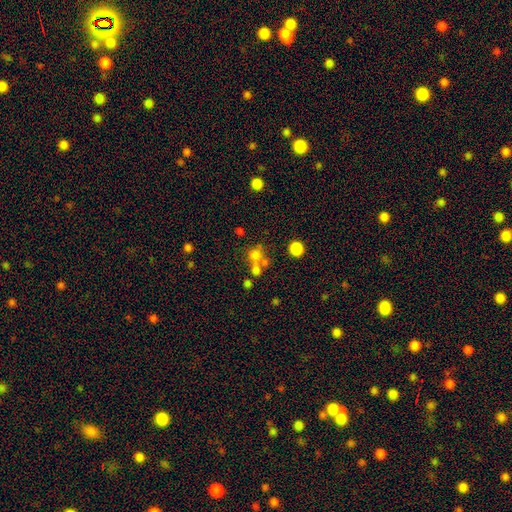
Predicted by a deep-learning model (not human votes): Q: Smooth or featured?
A: smooth (65%); runner-up: star or artifact (20%)
Q: How rounded?
A: round (81%); runner-up: in between (18%)
Q: Merging?
A: none (43%); runner-up: merger (42%)